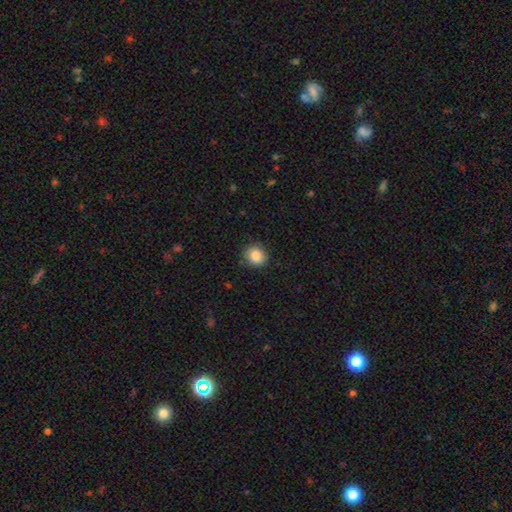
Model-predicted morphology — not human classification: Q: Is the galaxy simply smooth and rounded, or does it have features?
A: smooth — 86%.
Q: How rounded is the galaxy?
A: round — 80%.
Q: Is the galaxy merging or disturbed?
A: none — 85%.